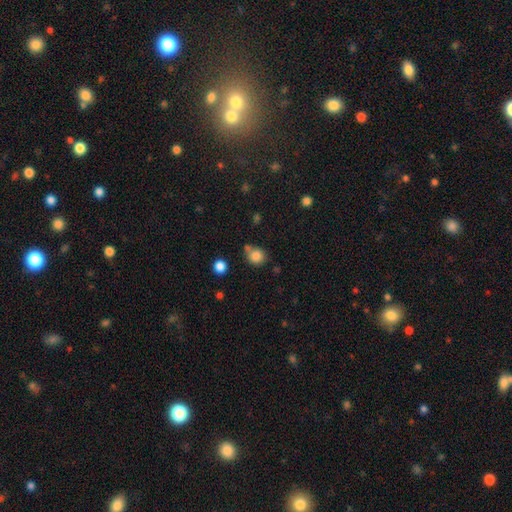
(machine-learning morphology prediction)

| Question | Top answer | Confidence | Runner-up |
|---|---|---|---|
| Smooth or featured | smooth | 84% | star or artifact (11%) |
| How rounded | round | 80% | in between (19%) |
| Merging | none | 64% | merger (16%) |